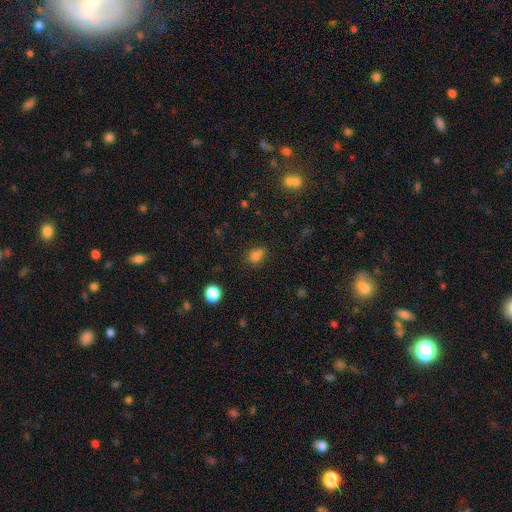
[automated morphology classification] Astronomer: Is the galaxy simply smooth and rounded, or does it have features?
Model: smooth — 76%.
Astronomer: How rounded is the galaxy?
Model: round — 54% (runner-up: in between, 44%).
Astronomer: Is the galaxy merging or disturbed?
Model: none — 51%.